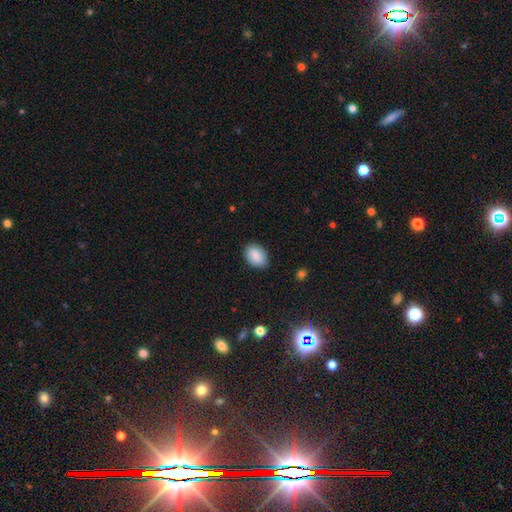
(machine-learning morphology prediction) type=smooth (88%); roundness=in between (82%); merging=none (87%).